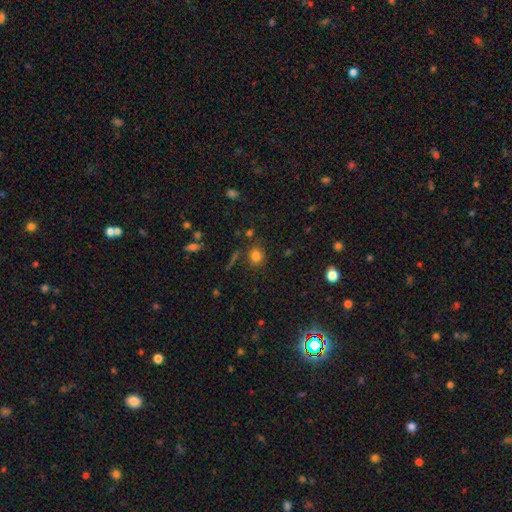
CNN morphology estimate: Q: Smooth or featured?
A: smooth (79%); runner-up: star or artifact (14%)
Q: How rounded?
A: round (79%); runner-up: in between (20%)
Q: Merging?
A: none (81%); runner-up: minor disturbance (11%)